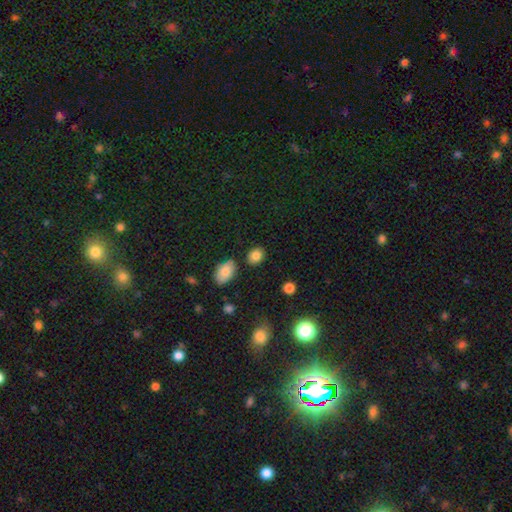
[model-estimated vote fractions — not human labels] Morphology: type=smooth (85%); roundness=in between (52%); merging=none (84%).